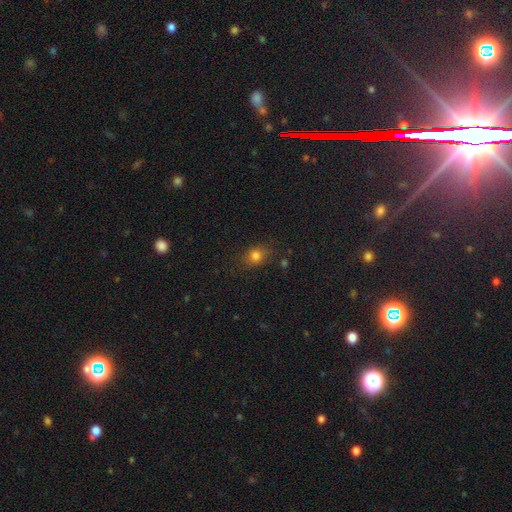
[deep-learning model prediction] The model was most divided on "how rounded" (2-way tie): round: 49%, in between: 49%, cigar-shaped: 2%. More confident: merging — none (79%); smooth or featured — smooth (78%).